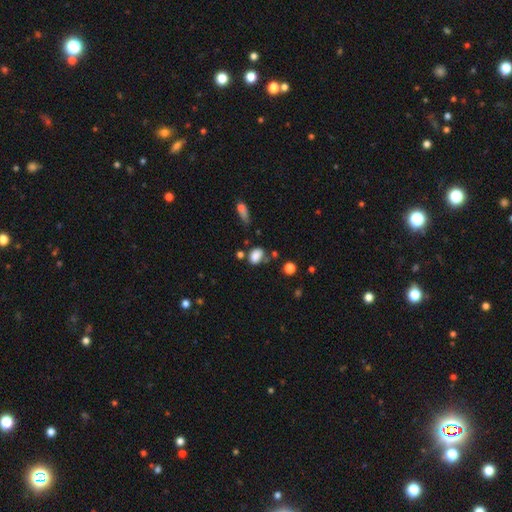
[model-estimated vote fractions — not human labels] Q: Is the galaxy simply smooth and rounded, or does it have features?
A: smooth — 82%.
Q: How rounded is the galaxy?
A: in between — 74%.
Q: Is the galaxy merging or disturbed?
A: none — 58%.